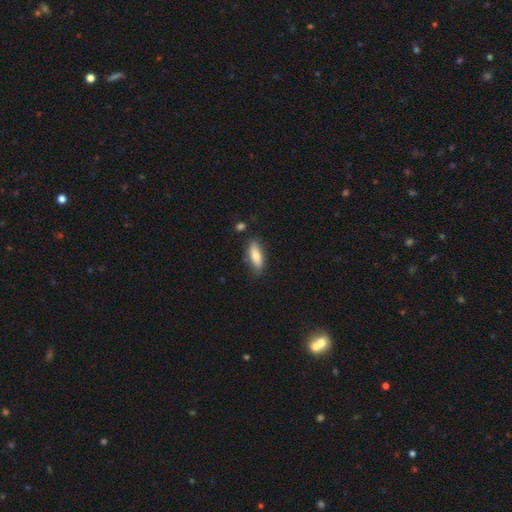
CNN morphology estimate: Smooth or featured: smooth — 74% (featured or disk — 20%)
How rounded: in between — 63% (cigar-shaped — 35%)
Merging: none — 77% (minor disturbance — 17%)